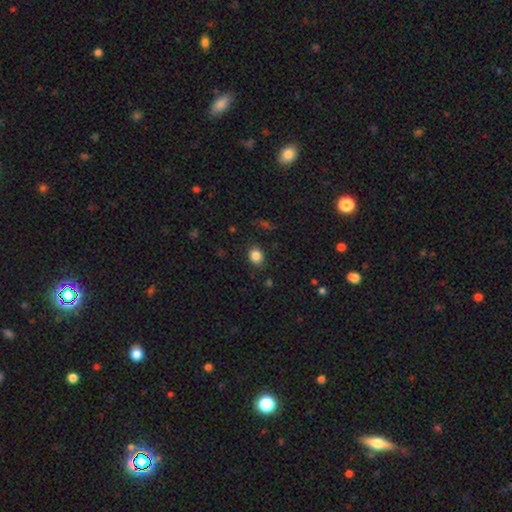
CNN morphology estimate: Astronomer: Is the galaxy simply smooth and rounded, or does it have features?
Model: smooth — 84%.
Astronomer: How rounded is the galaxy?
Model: round — 55% (runner-up: in between, 44%).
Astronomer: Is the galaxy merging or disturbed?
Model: none — 85%.